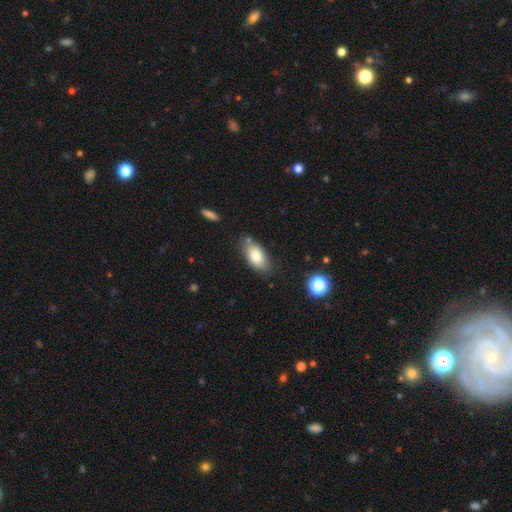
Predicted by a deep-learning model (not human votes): Overall: smooth (79%). How rounded: in between (92%). Merging: none (74%).